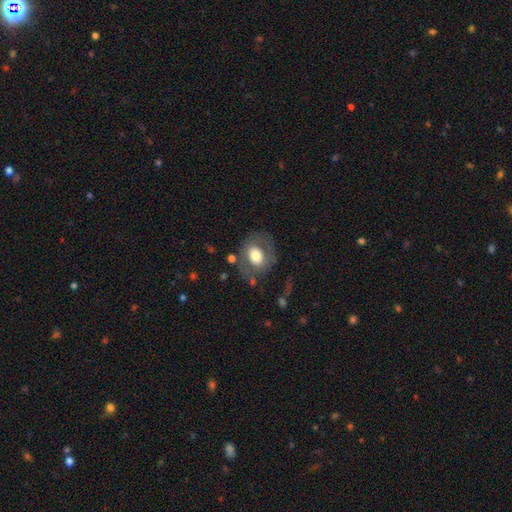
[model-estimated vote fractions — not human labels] A smooth galaxy with no disk features (59%) that is in between round and cigar-shaped (54%). Merging: none (68%).